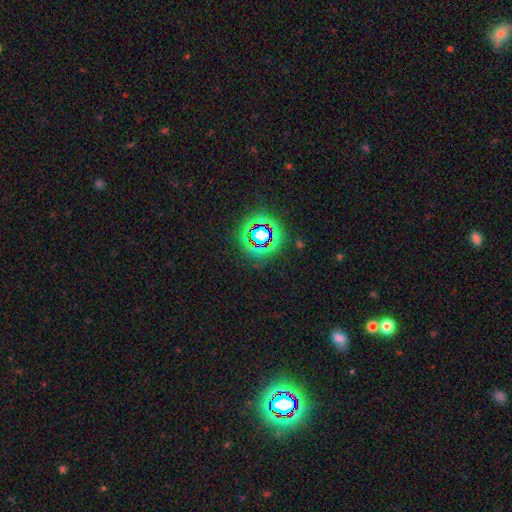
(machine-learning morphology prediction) Smooth or featured? Predicted: star or artifact (p=0.75).